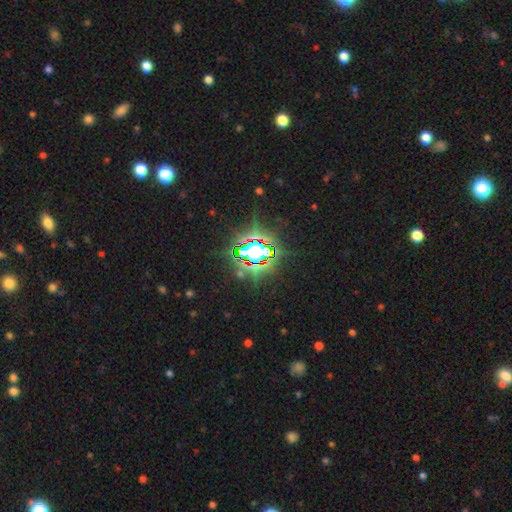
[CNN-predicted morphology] Q: Smooth or featured?
A: star or artifact (83%); runner-up: smooth (10%)